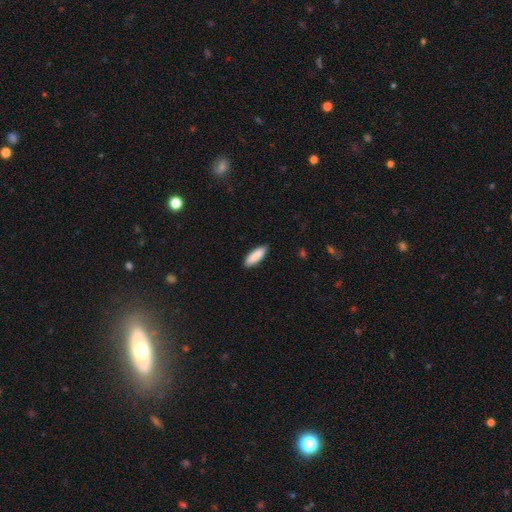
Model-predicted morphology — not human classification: Smooth or featured: smooth — 90% (star or artifact — 6%)
How rounded: in between — 62% (cigar-shaped — 36%)
Merging: none — 89% (minor disturbance — 9%)